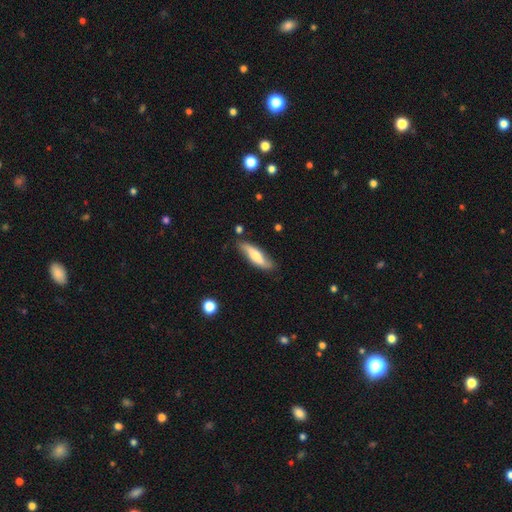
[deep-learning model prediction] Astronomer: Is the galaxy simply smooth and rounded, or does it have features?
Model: smooth — 52% (runner-up: featured or disk, 42%).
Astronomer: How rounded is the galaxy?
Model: cigar-shaped — 59% (runner-up: in between, 39%).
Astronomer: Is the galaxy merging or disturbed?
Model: none — 74%.